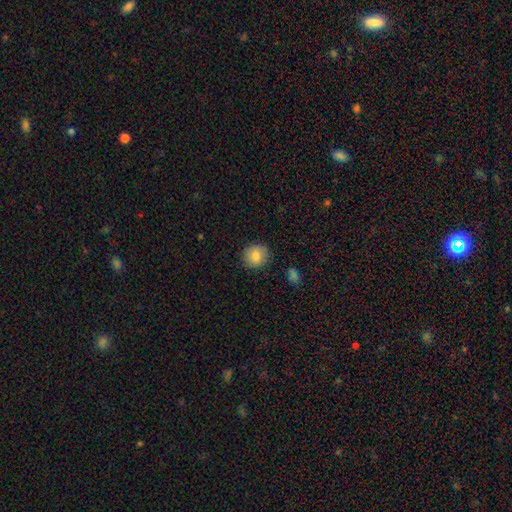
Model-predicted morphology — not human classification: Overall: smooth (85%). How rounded: round (82%). Merging: none (88%).